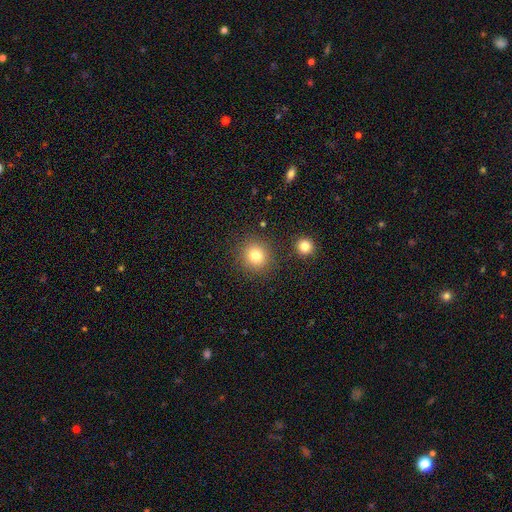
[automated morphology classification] Smooth or featured? Predicted: smooth (p=0.79). How rounded? Predicted: round (p=0.89). Merging? Predicted: none (p=0.86).